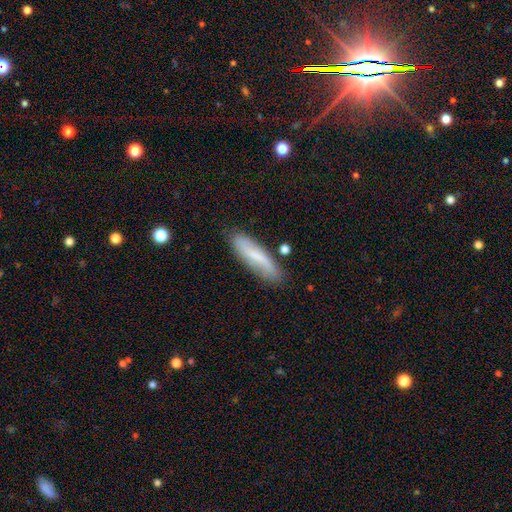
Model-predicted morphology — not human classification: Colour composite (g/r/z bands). It shows a smooth galaxy with no disk features (60%) that is cigar-shaped (68%). Merging: none (79%).